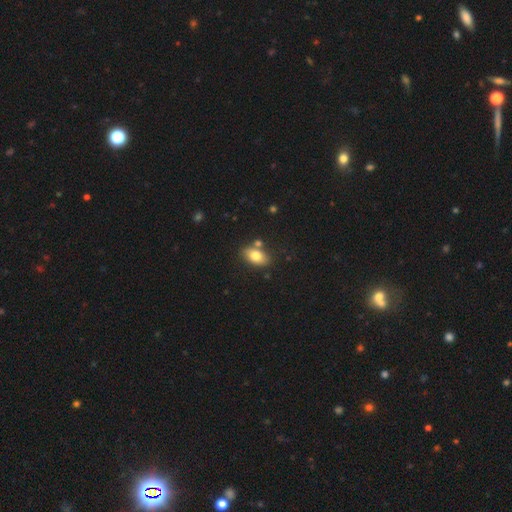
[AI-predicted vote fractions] Smooth or featured?
  - smooth: 78% *
  - featured or disk: 14%
  - star or artifact: 8%
How rounded?
  - in between: 89% *
  - round: 8%
  - cigar-shaped: 3%
Merging?
  - none: 74% *
  - minor disturbance: 12%
  - merger: 11%
  - major disturbance: 3%